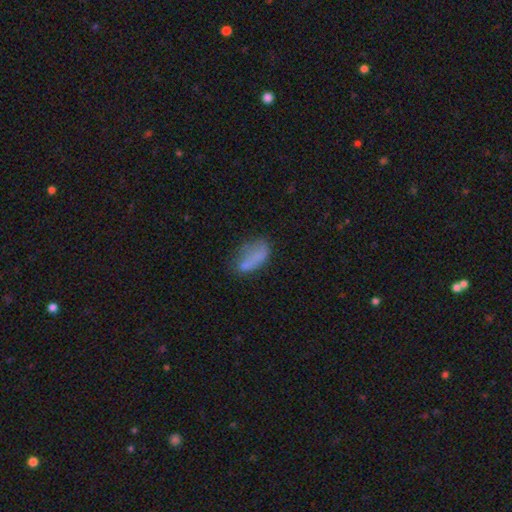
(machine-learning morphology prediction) A smooth galaxy with no disk features (70%) that is in between round and cigar-shaped (85%).

Vote fractions:
- Smooth or featured? smooth: 70% / featured or disk: 19% / star or artifact: 11%
- How rounded? in between: 85% / cigar-shaped: 10% / round: 5%
- Merging? none: 40% / minor disturbance: 29% / major disturbance: 22% / merger: 8%